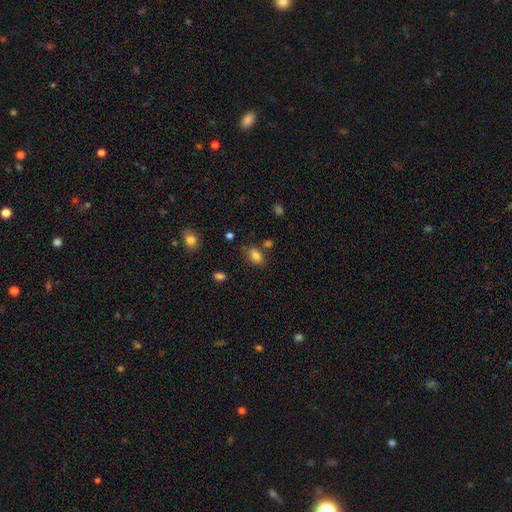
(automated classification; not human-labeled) smooth-or-featured: smooth: 83% | star or artifact: 10% | featured or disk: 7%
  how-rounded: in between: 85% | round: 13% | cigar-shaped: 2%
  merging: none: 70% | minor disturbance: 17% | merger: 9% | major disturbance: 5%